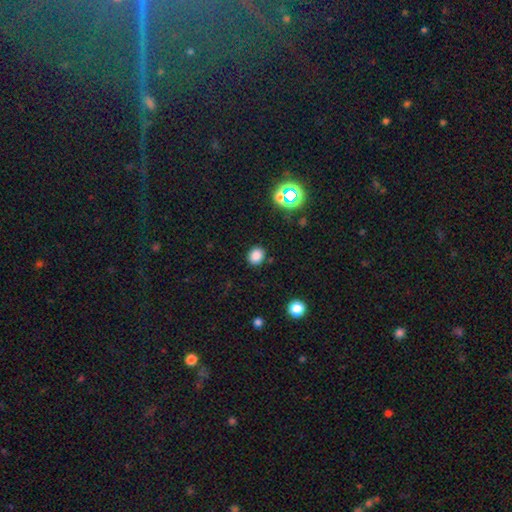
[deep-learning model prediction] Overall: smooth (82%). How rounded: round (60%; in between 39%). Merging: none (87%).